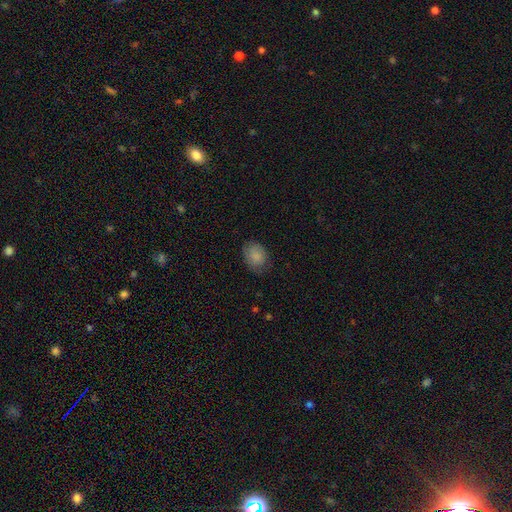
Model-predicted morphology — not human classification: Smooth or featured: smooth — 86% (star or artifact — 8%)
How rounded: in between — 61% (round — 38%)
Merging: none — 74% (minor disturbance — 20%)